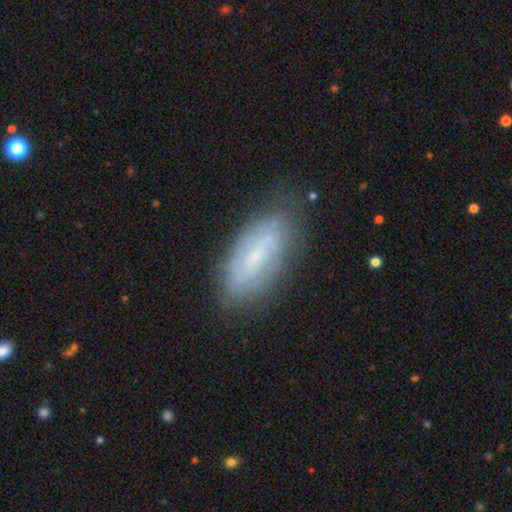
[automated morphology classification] Smooth or featured?
  - featured or disk: 55% *
  - smooth: 37%
  - star or artifact: 8%
Edge-on disk?
  - no: 87% *
  - yes: 13%
Merging?
  - none: 73% *
  - minor disturbance: 19%
  - major disturbance: 6%
  - merger: 2%